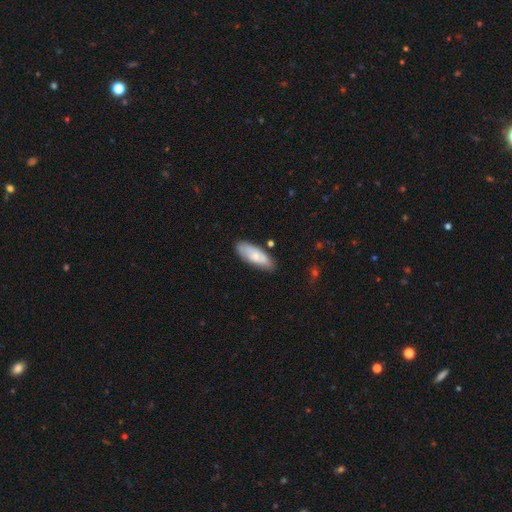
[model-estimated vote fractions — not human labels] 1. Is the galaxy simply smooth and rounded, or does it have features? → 69% smooth, 25% featured or disk, 6% star or artifact.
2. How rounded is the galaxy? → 69% in between, 29% cigar-shaped, 2% round.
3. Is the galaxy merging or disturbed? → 77% none, 17% minor disturbance, 3% merger, 3% major disturbance.